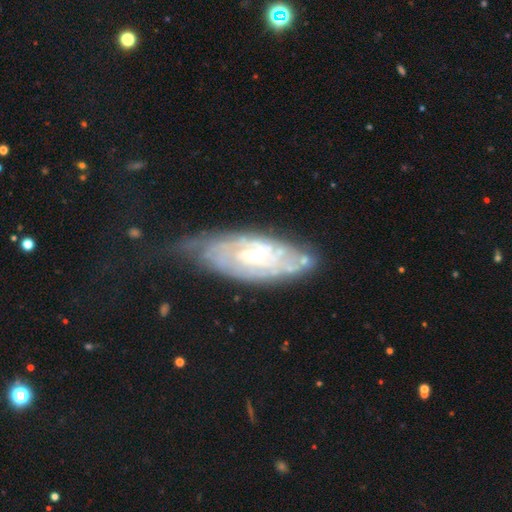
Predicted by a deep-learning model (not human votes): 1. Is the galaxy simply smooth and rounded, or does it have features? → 82% featured or disk, 12% smooth, 6% star or artifact.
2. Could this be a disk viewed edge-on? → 89% no, 11% yes.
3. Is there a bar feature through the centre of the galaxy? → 48% no, 41% weak, 12% strong.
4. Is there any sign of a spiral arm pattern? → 89% yes, 11% no.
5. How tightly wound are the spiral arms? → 72% tight, 22% medium, 6% loose.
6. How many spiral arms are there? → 54% can't tell, 20% 2, 10% 3, 7% 4, 4% more than 4, 4% 1.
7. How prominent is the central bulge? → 49% moderate, 46% small, 3% large, 1% none, 1% dominant.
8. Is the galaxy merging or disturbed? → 54% none, 29% minor disturbance, 13% major disturbance, 4% merger.